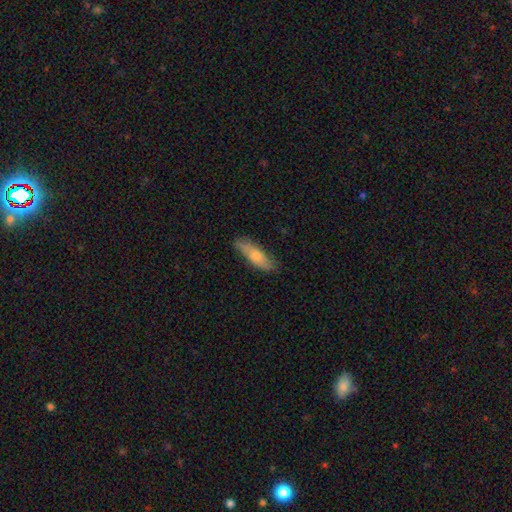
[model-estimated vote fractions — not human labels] Smooth or featured? Predicted: smooth (p=0.64). How rounded? Predicted: cigar-shaped (p=0.59). Merging? Predicted: none (p=0.81).